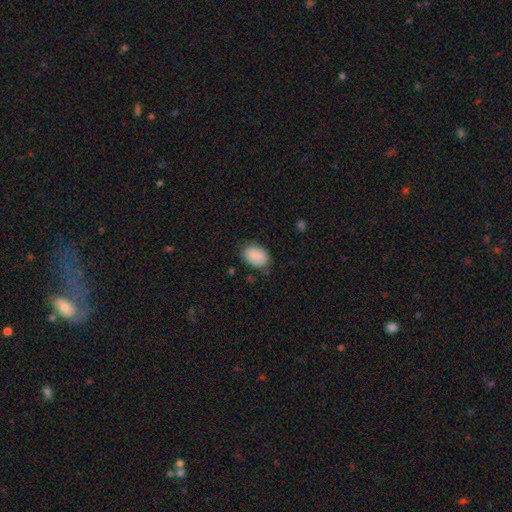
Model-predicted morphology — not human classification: smooth 87%, star or artifact 7%, featured or disk 6%. Down the decision tree: how rounded — in between (84%); merging — none (75%).